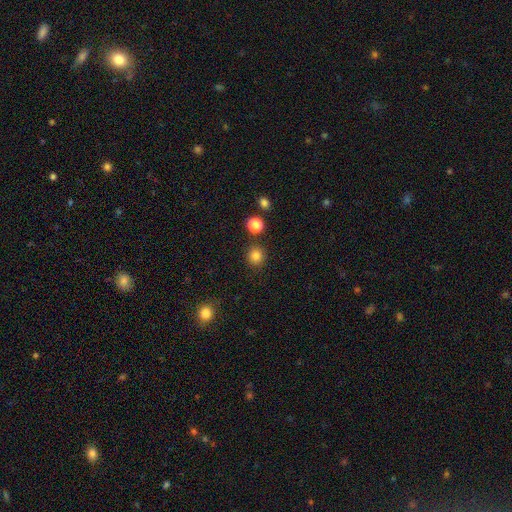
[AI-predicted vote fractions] Smooth or featured? Predicted: smooth (p=0.84). How rounded? Predicted: round (p=0.92). Merging? Predicted: none (p=0.86).